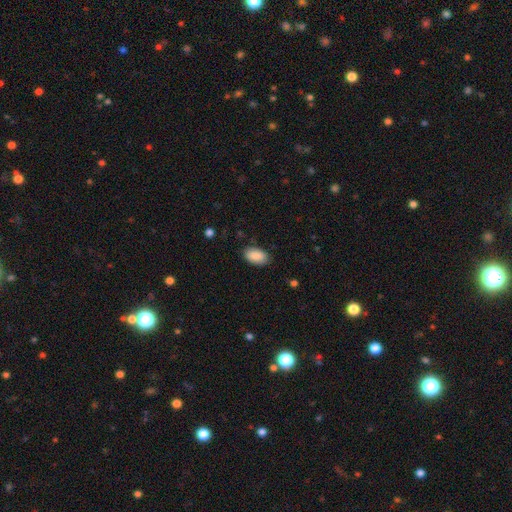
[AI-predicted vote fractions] A smooth galaxy with no disk features (89%) that is in between round and cigar-shaped (95%). Merging: none (83%).